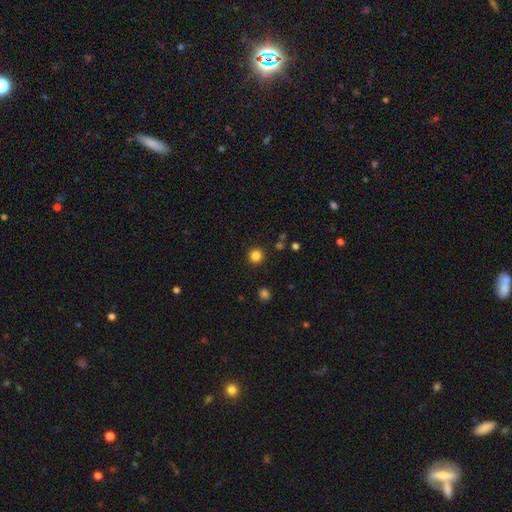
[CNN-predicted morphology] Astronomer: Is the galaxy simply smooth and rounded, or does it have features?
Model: smooth — 83%.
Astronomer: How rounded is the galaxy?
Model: round — 95%.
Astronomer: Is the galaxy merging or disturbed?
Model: none — 91%.